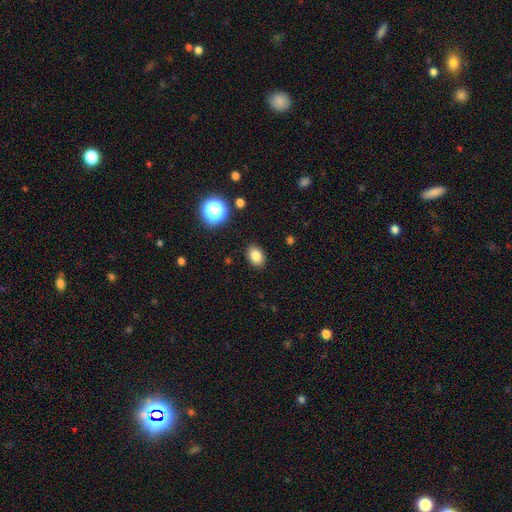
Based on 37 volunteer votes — Smooth or featured? 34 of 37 (92%) said smooth. How rounded? 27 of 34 (79%) said in between. Merging? 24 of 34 (71%) said none.